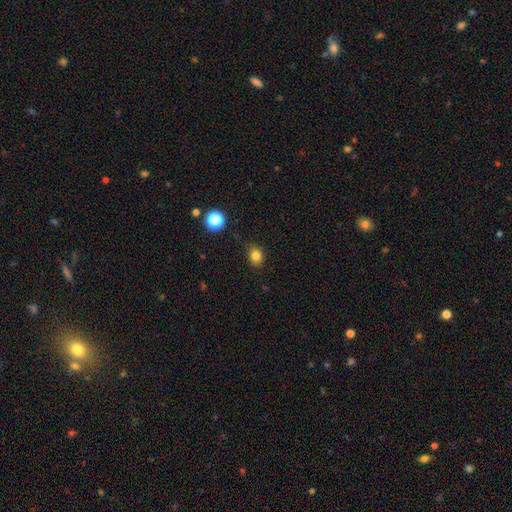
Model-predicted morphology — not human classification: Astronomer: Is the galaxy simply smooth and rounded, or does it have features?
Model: smooth — 82%.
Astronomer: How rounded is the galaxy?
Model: round — 57% (runner-up: in between, 42%).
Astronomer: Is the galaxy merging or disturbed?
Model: none — 75%.